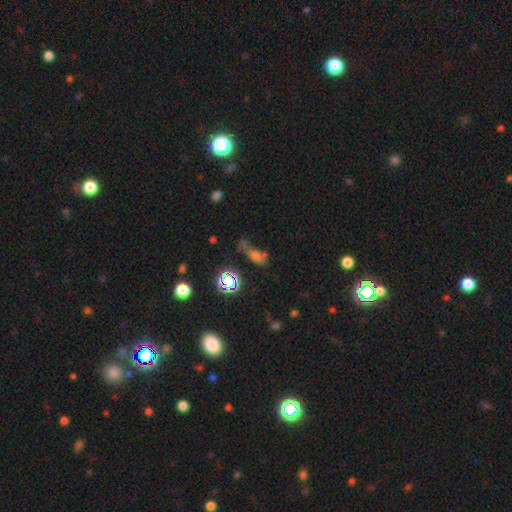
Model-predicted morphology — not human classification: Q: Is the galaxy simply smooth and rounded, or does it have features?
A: smooth — 45%.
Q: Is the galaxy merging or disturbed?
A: none — 39%.